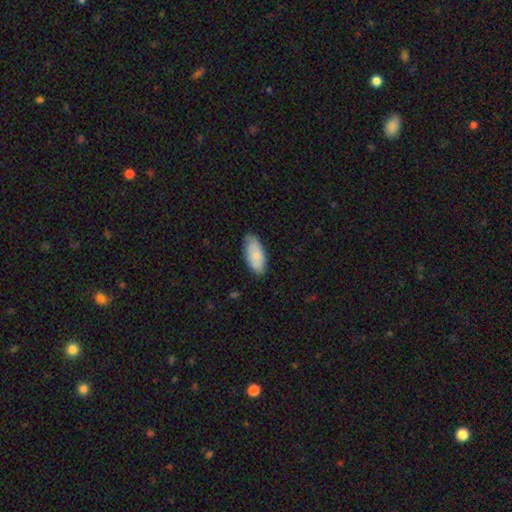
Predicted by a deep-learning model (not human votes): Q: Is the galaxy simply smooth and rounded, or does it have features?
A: smooth — 82%.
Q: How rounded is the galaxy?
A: in between — 90%.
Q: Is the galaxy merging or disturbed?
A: none — 79%.